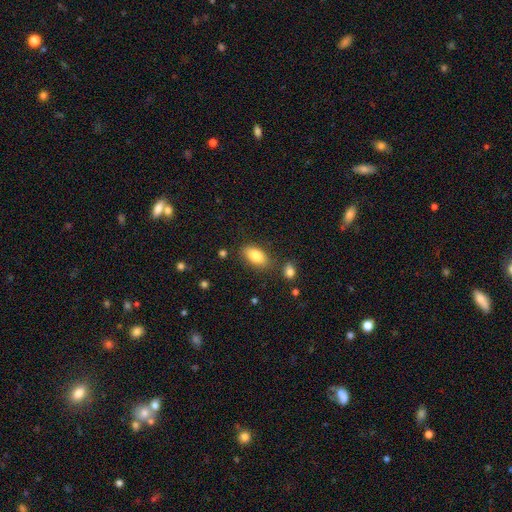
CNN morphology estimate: Smooth or featured? smooth (83%)
How rounded? in between (91%)
Merging? none (79%)